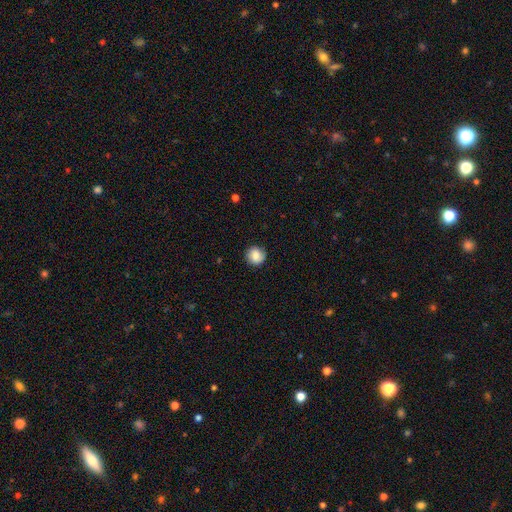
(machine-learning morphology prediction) smooth_or_featured: smooth (p=0.80) [alt: featured or disk p=0.11]
how_rounded: round (p=0.92) [alt: in between p=0.07]
merging: none (p=0.87) [alt: minor disturbance p=0.09]